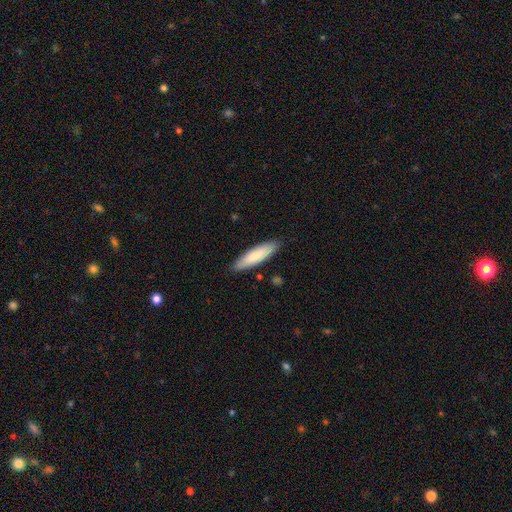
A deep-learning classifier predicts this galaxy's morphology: Smooth or featured? Predicted: smooth (p=0.81). How rounded? Predicted: cigar-shaped (p=0.69). Merging? Predicted: none (p=0.87).